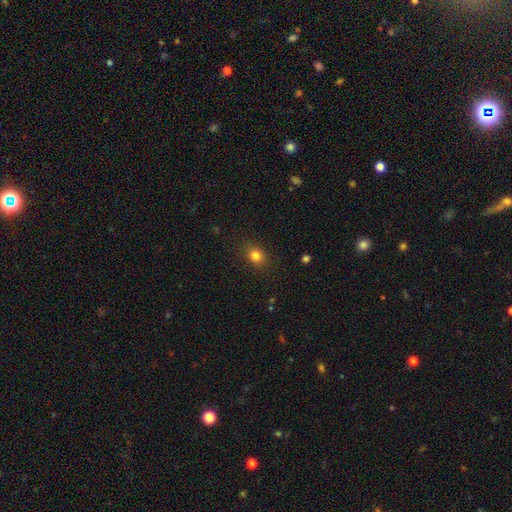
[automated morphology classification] type=smooth (81%); roundness=round (55%); merging=none (88%).